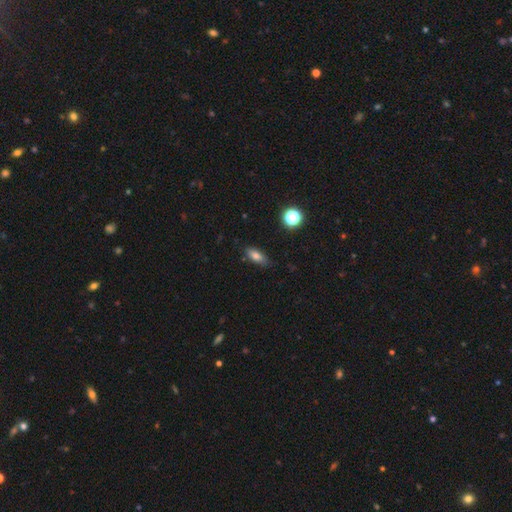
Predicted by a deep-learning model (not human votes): Smooth or featured?
  - smooth: 78% *
  - featured or disk: 12%
  - star or artifact: 11%
How rounded?
  - in between: 77% *
  - cigar-shaped: 18%
  - round: 5%
Merging?
  - none: 79% *
  - minor disturbance: 16%
  - major disturbance: 3%
  - merger: 2%